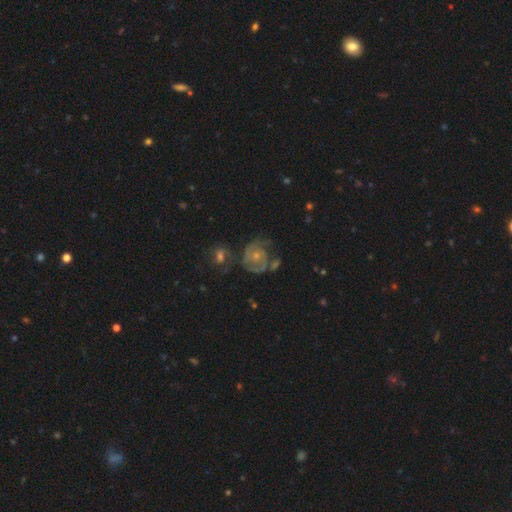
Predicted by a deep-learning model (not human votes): smooth_or_featured: featured or disk (p=0.83) [alt: smooth p=0.11]
disk_edge_on: no (p=0.98) [alt: yes p=0.02]
bar: no (p=0.73) [alt: weak p=0.23]
has_spiral_arms: yes (p=0.93) [alt: no p=0.07]
spiral_winding: tight (p=0.49) [alt: medium p=0.39]
spiral_arm_count: 2 (p=0.57) [alt: can't tell p=0.16]
bulge_size: small (p=0.56) [alt: moderate p=0.35]
merging: none (p=0.51) [alt: minor disturbance p=0.21]